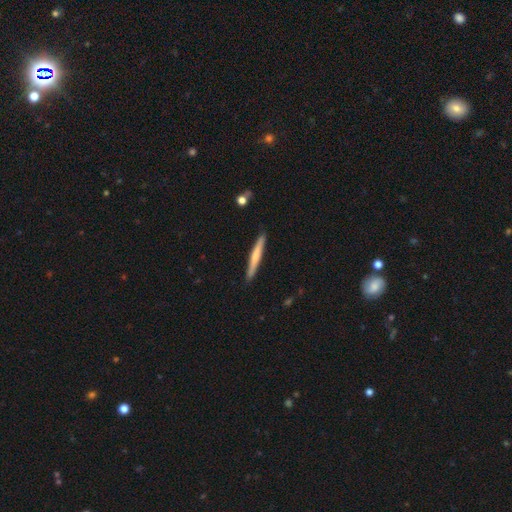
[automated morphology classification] Q: Smooth or featured?
A: smooth (57%); runner-up: featured or disk (38%)
Q: How rounded?
A: cigar-shaped (96%); runner-up: in between (3%)
Q: Merging?
A: none (90%); runner-up: minor disturbance (7%)